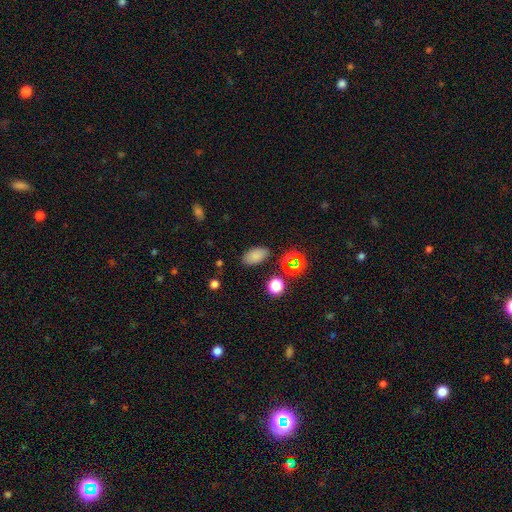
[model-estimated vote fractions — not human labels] smooth-or-featured: smooth: 79% | star or artifact: 14% | featured or disk: 6%
  how-rounded: in between: 91% | round: 7% | cigar-shaped: 2%
  merging: none: 83% | minor disturbance: 11% | major disturbance: 3% | merger: 3%